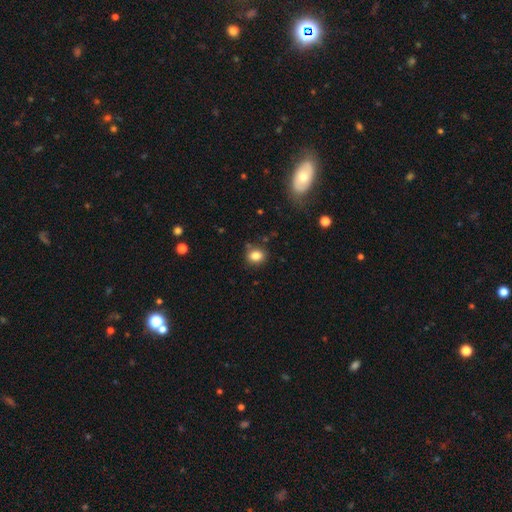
A smooth galaxy with no disk features (85%) that is round (64%).

Vote fractions:
- Smooth or featured? smooth: 85% / star or artifact: 10% / featured or disk: 5%
- How rounded? round: 64% / in between: 36% / cigar-shaped: 0%
- Merging? none: 94% / minor disturbance: 6% / major disturbance: 0% / merger: 0%